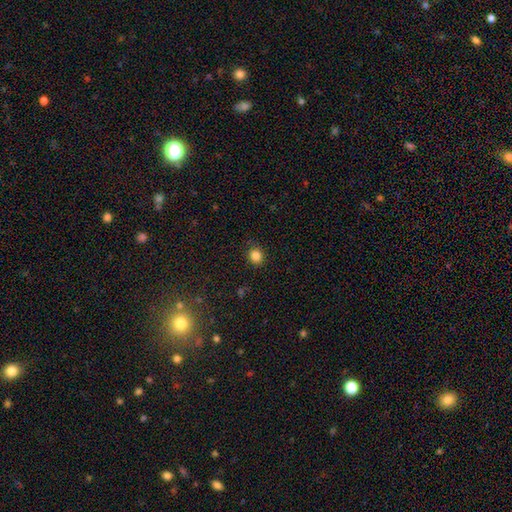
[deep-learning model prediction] Q: Smooth or featured?
A: smooth (84%); runner-up: star or artifact (12%)
Q: How rounded?
A: round (78%); runner-up: in between (21%)
Q: Merging?
A: none (86%); runner-up: minor disturbance (10%)